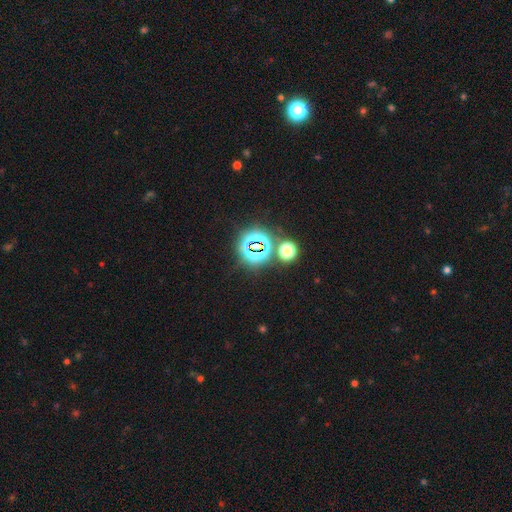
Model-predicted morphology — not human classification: The model was most divided on "smooth or featured": star or artifact: 74%, smooth: 18%, featured or disk: 9%.